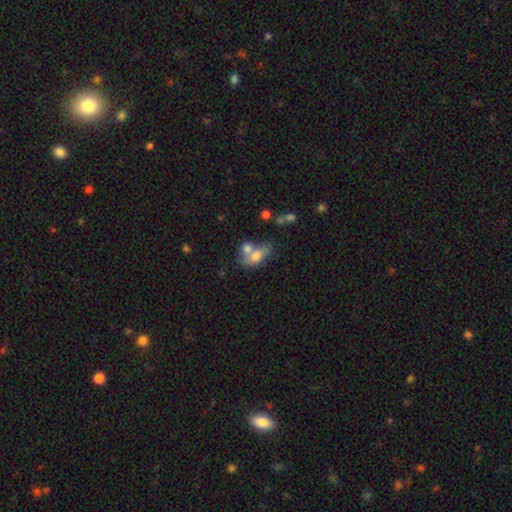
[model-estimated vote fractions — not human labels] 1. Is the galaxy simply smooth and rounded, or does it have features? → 65% smooth, 26% featured or disk, 9% star or artifact.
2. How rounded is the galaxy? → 78% in between, 17% round, 5% cigar-shaped.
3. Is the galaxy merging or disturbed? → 56% merger, 24% none, 11% minor disturbance, 9% major disturbance.